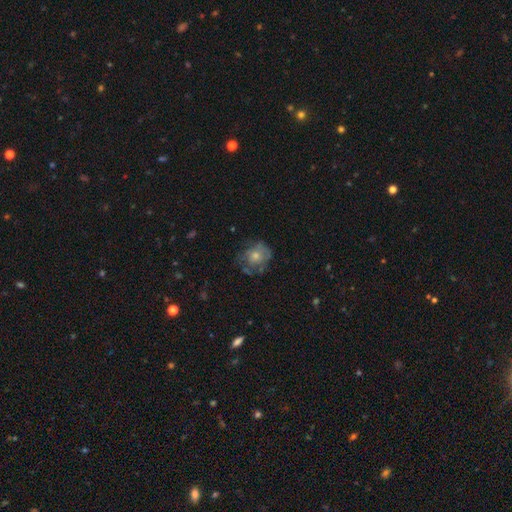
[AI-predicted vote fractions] Overall: featured or disk (47%; smooth 39%). Merging: none (65%).